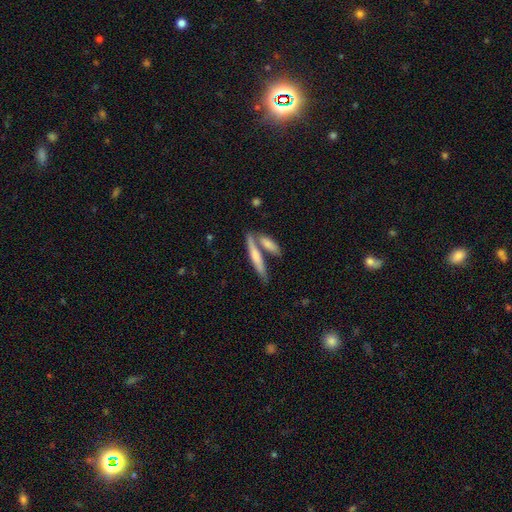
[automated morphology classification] This is likely a smooth galaxy (65%). How rounded: clearly cigar-shaped (84%). Merging: possibly none (56%).